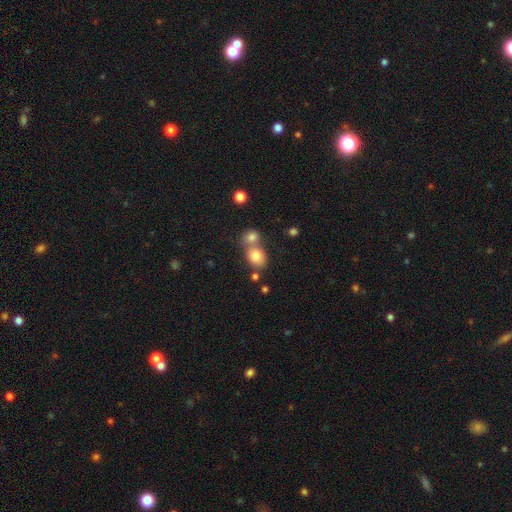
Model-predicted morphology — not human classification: Q: Smooth or featured?
A: smooth (79%); runner-up: star or artifact (10%)
Q: How rounded?
A: round (50%); runner-up: in between (49%)
Q: Merging?
A: merger (48%); runner-up: none (41%)